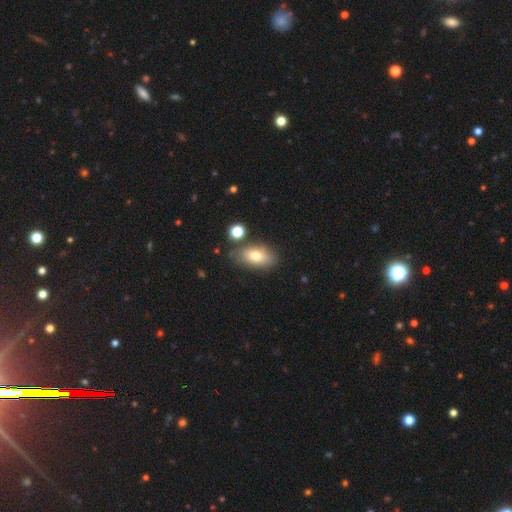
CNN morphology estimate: A smooth galaxy with no disk features (77%) that is in between round and cigar-shaped (89%).

Vote fractions:
- Smooth or featured? smooth: 77% / featured or disk: 15% / star or artifact: 8%
- How rounded? in between: 89% / round: 7% / cigar-shaped: 5%
- Merging? none: 73% / minor disturbance: 16% / merger: 7% / major disturbance: 4%